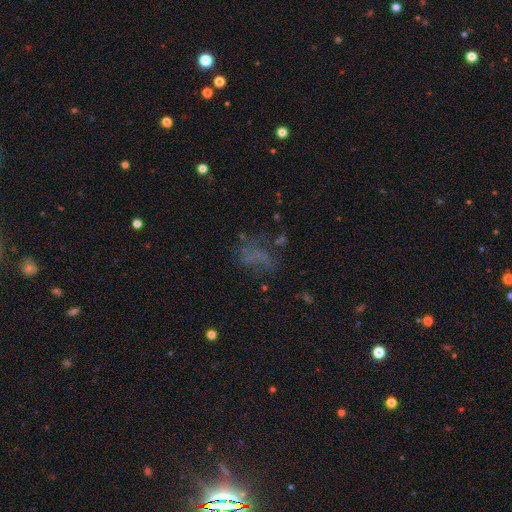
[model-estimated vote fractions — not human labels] This is marginally a smooth galaxy (41%). Merging: marginally none (45%).